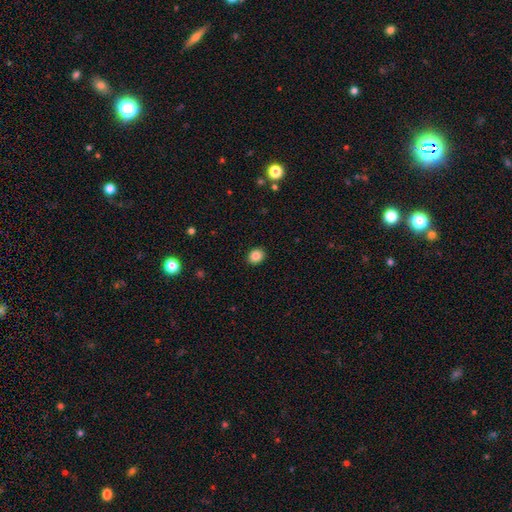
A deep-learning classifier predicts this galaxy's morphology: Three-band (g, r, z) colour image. It shows a smooth galaxy with no disk features (86%) that is round (60%). Merging: none (91%).